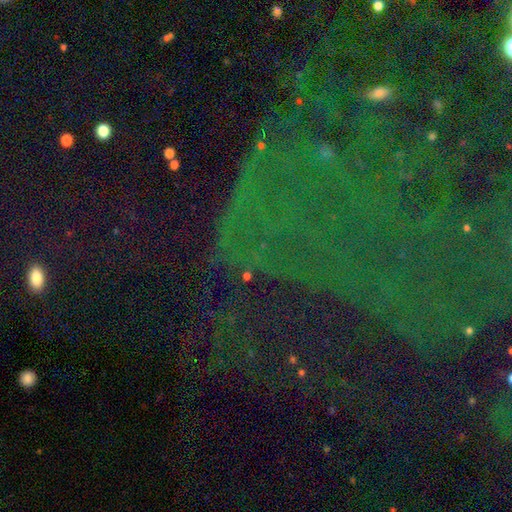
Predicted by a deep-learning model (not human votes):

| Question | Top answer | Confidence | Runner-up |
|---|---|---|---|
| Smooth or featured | star or artifact | 81% | featured or disk (10%) |